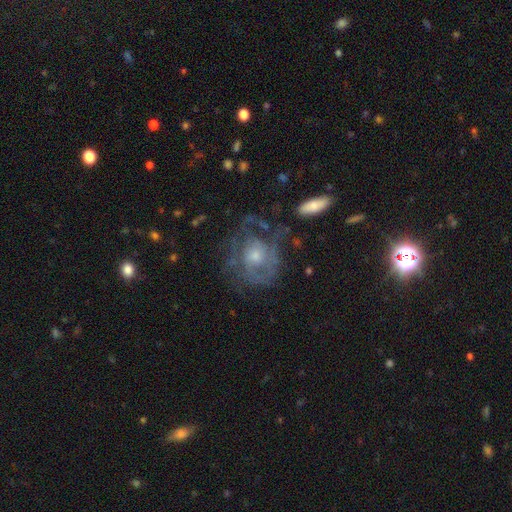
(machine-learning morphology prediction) smooth_or_featured: featured or disk (p=0.68) [alt: smooth p=0.23]
disk_edge_on: no (p=0.96) [alt: yes p=0.04]
bar: no (p=0.80) [alt: weak p=0.17]
has_spiral_arms: yes (p=0.59) [alt: no p=0.41]
bulge_size: moderate (p=0.51) [alt: small p=0.36]
merging: none (p=0.46) [alt: major disturbance p=0.30]